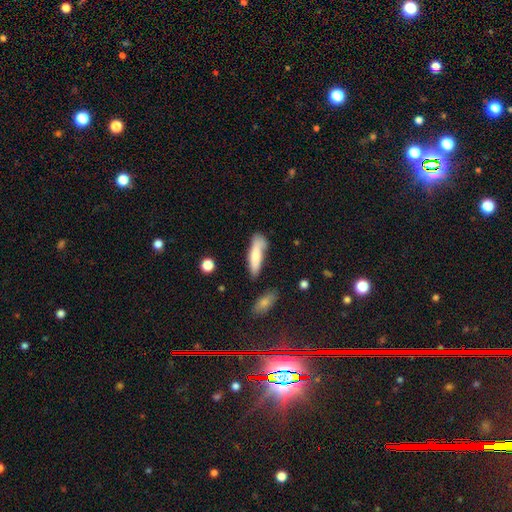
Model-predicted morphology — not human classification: smooth-or-featured: smooth: 77% | featured or disk: 17% | star or artifact: 7%
  how-rounded: cigar-shaped: 66% | in between: 33% | round: 2%
  merging: none: 55% | minor disturbance: 27% | major disturbance: 10% | merger: 8%